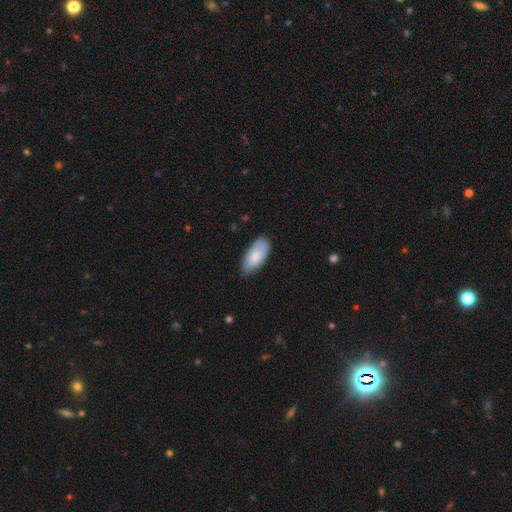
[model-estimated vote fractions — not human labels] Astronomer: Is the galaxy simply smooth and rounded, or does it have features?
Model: smooth — 82%.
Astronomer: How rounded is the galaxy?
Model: in between — 91%.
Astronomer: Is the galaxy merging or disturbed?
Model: none — 76%.